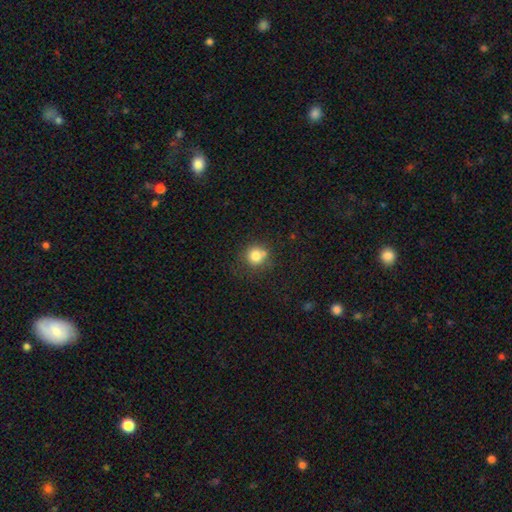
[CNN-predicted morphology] type=smooth (80%); roundness=round (90%); merging=none (66%).